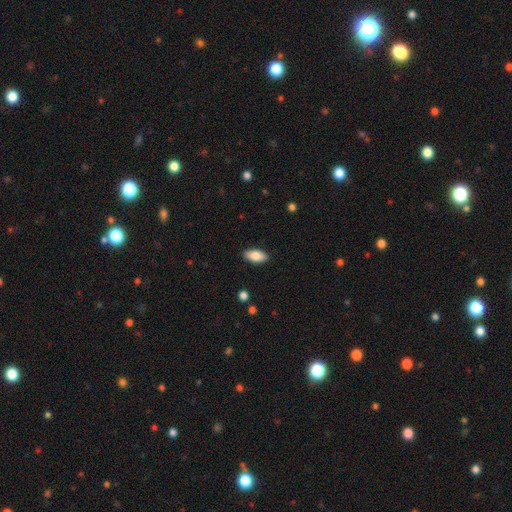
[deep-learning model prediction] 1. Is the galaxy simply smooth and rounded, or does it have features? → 83% smooth, 11% featured or disk, 6% star or artifact.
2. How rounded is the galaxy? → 89% in between, 8% cigar-shaped, 2% round.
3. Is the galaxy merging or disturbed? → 89% none, 8% minor disturbance, 2% major disturbance, 1% merger.